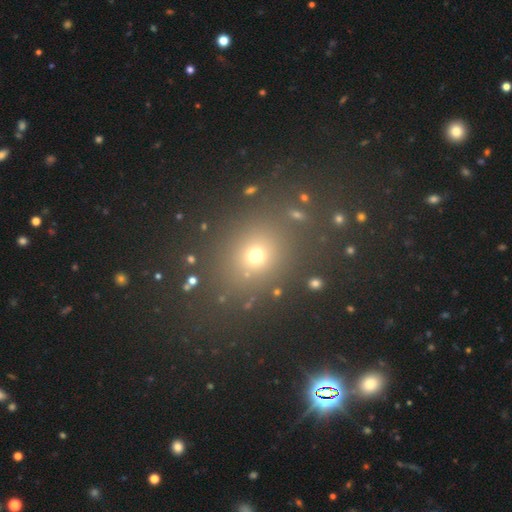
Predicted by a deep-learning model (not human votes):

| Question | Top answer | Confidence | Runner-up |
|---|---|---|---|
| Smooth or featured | smooth | 63% | star or artifact (29%) |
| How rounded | round | 71% | in between (28%) |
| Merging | none | 84% | minor disturbance (9%) |